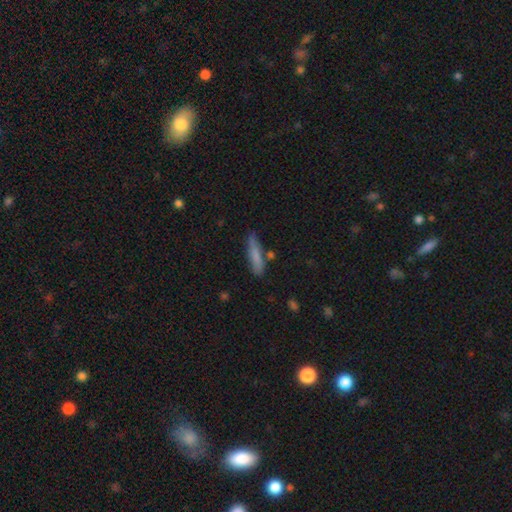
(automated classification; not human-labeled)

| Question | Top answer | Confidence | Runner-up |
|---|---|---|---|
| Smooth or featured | smooth | 76% | featured or disk (17%) |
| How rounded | cigar-shaped | 79% | in between (19%) |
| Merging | none | 69% | minor disturbance (20%) |